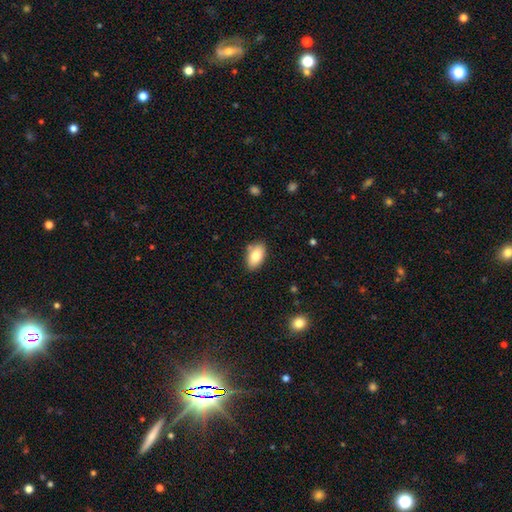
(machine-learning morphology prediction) type=smooth (79%); roundness=in between (92%); merging=none (82%).